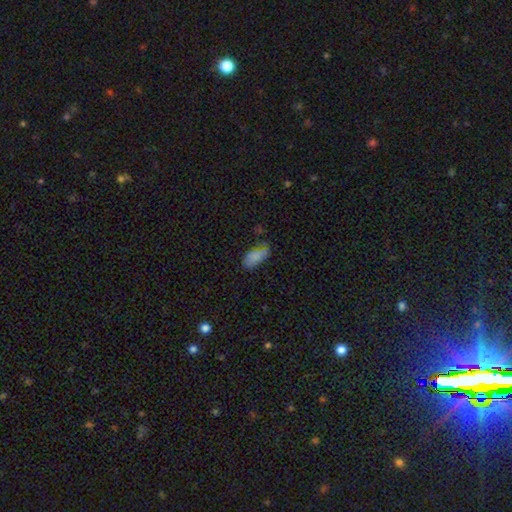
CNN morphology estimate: This is likely a smooth galaxy (79%). How rounded: clearly in between (92%). Merging: possibly none (55%).